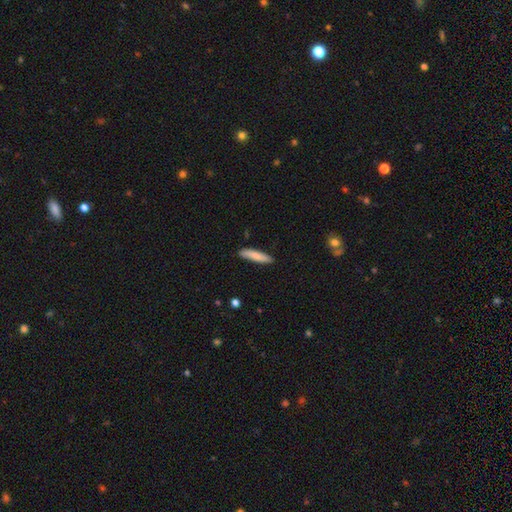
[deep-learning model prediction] The model was most divided on "how rounded": cigar-shaped: 83%, in between: 16%, round: 1%. More confident: merging — none (87%); smooth or featured — smooth (82%).